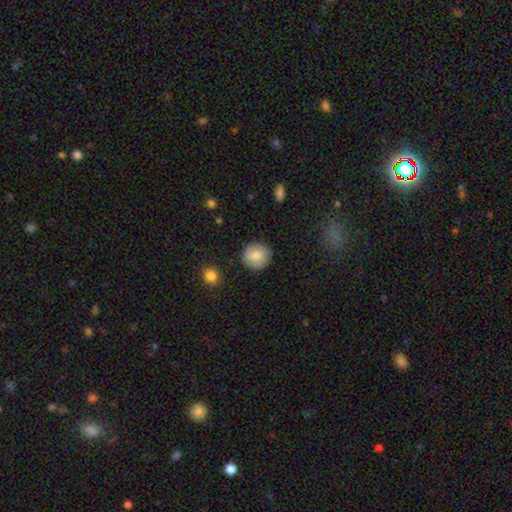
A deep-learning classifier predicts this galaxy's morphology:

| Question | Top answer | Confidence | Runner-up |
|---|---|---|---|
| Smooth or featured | smooth | 83% | featured or disk (9%) |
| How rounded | round | 92% | in between (7%) |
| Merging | none | 88% | minor disturbance (8%) |